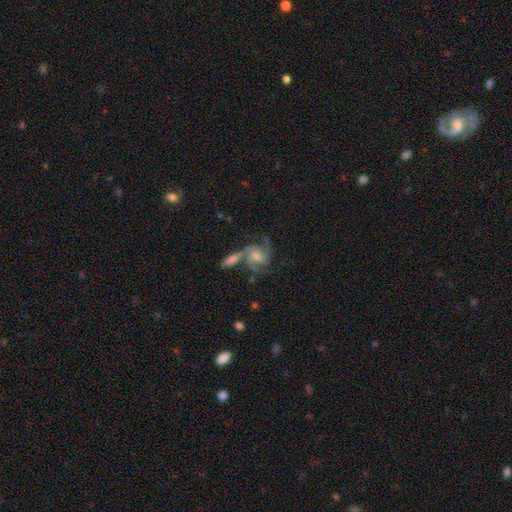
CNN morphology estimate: A featured or disk galaxy (84%) with no bar (54%), 2 (43%) medium (54%) spiral arms (97%) and a moderate central bulge (44%).

Vote fractions:
- Smooth or featured? featured or disk: 84% / smooth: 9% / star or artifact: 8%
- Edge-on disk? no: 97% / yes: 3%
- Bar? no: 54% / weak: 36% / strong: 10%
- Spiral arms? yes: 97% / no: 3%
- Spiral winding? medium: 54% / tight: 32% / loose: 14%
- Spiral arm count? 2: 43% / 3: 35% / can't tell: 9% / 4: 5% / 1: 4% / more than 4: 4%
- Bulge size? moderate: 44% / small: 39% / none: 8% / large: 7% / dominant: 2%
- Merging? none: 50% / merger: 25% / minor disturbance: 14% / major disturbance: 11%